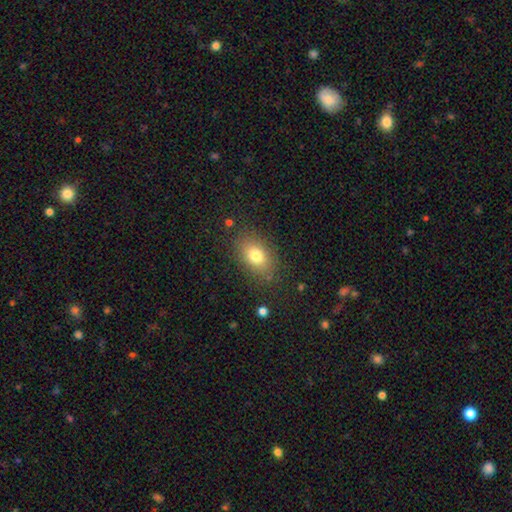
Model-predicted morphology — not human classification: smooth 78%, featured or disk 12%, star or artifact 11%. Down the decision tree: how rounded — in between (80%); merging — none (82%).